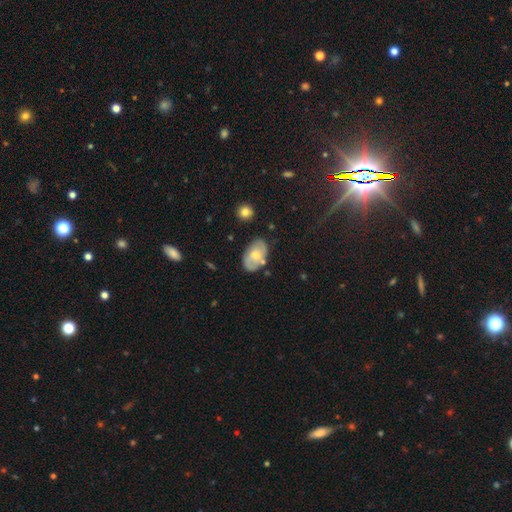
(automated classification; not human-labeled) Smooth or featured? featured or disk (47%)
Merging? none (73%)